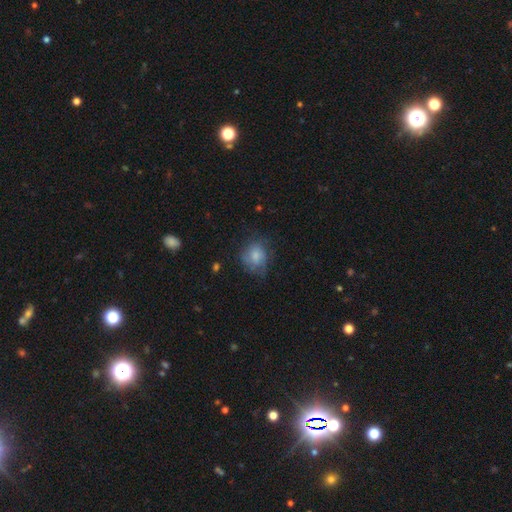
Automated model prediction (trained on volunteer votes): Q: Smooth or featured?
A: smooth (71%); runner-up: featured or disk (20%)
Q: How rounded?
A: round (64%); runner-up: in between (35%)
Q: Merging?
A: none (54%); runner-up: minor disturbance (29%)